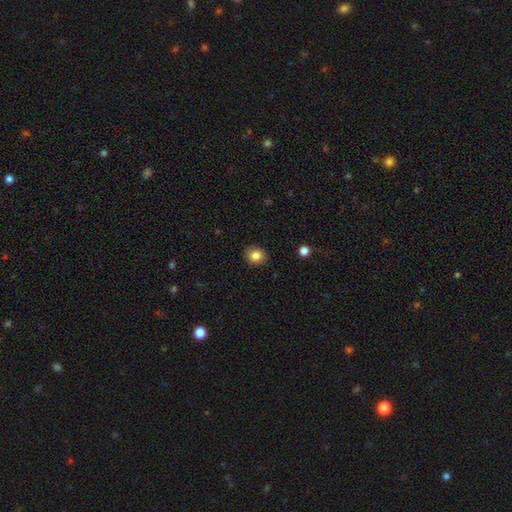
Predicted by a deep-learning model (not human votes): smooth-or-featured: smooth: 83% | star or artifact: 10% | featured or disk: 7%
  how-rounded: round: 70% | in between: 29% | cigar-shaped: 1%
  merging: none: 89% | minor disturbance: 8% | major disturbance: 2% | merger: 1%